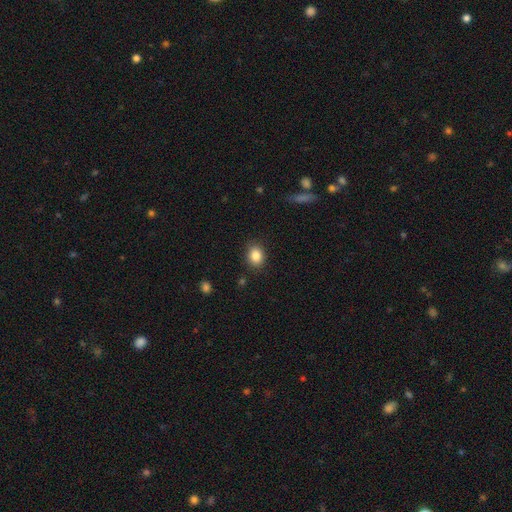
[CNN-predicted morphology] smooth_or_featured: smooth (p=0.85) [alt: star or artifact p=0.09]
how_rounded: round (p=0.51) [alt: in between p=0.48]
merging: none (p=0.88) [alt: minor disturbance p=0.09]